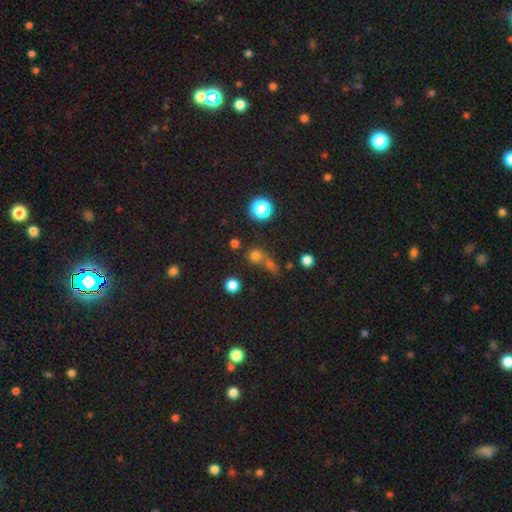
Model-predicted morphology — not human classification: This is likely a smooth galaxy (68%). How rounded: clearly round (87%). Merging: possibly none (51%).